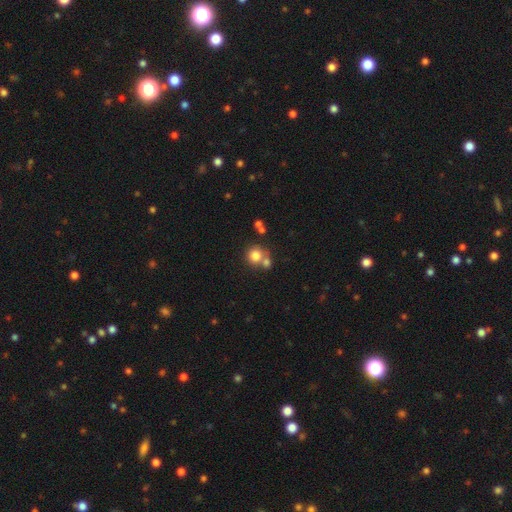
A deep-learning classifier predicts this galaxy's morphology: Smooth or featured?
  - smooth: 78% *
  - star or artifact: 12%
  - featured or disk: 10%
How rounded?
  - round: 88% *
  - in between: 11%
  - cigar-shaped: 1%
Merging?
  - none: 53% *
  - merger: 35%
  - minor disturbance: 8%
  - major disturbance: 4%